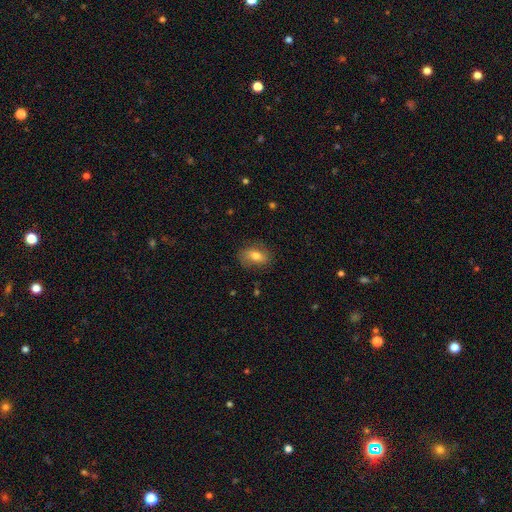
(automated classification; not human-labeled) Smooth or featured? Predicted: smooth (p=0.71). How rounded? Predicted: in between (p=0.81). Merging? Predicted: none (p=0.76).